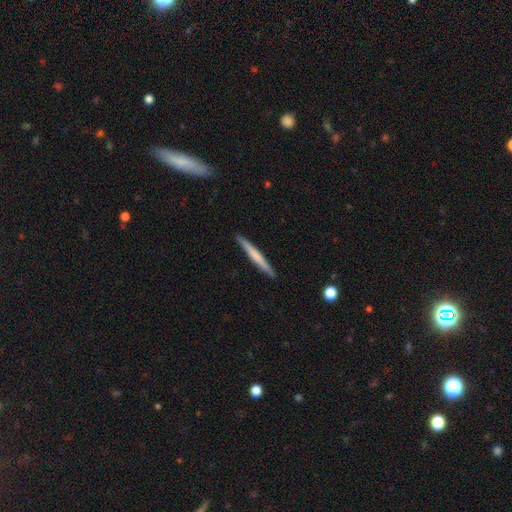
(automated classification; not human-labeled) The model was most divided on "smooth or featured": smooth: 57%, featured or disk: 38%, star or artifact: 5%. More confident: how rounded — cigar-shaped (97%); merging — none (92%).